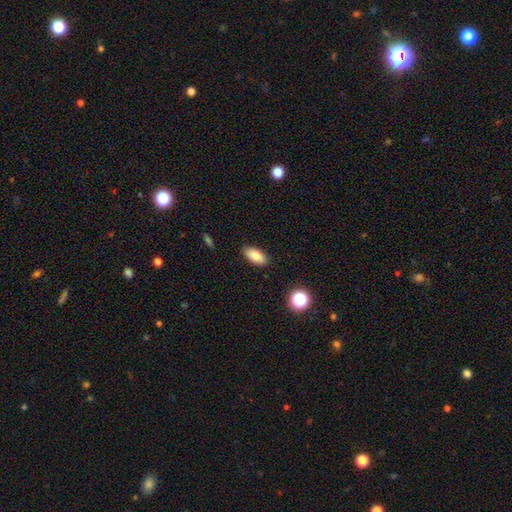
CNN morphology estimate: Smooth or featured: smooth — 81% (featured or disk — 10%)
How rounded: in between — 89% (cigar-shaped — 8%)
Merging: none — 89% (minor disturbance — 8%)